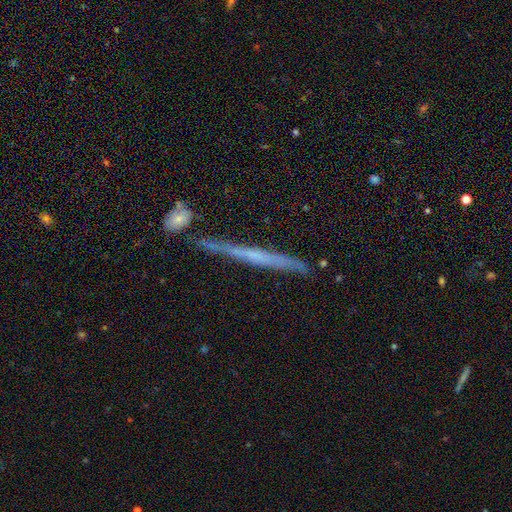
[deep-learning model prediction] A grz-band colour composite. It shows a featured or disk galaxy (60%) viewed edge-on (95%) with no central bulge (78%). Merging: none (78%).